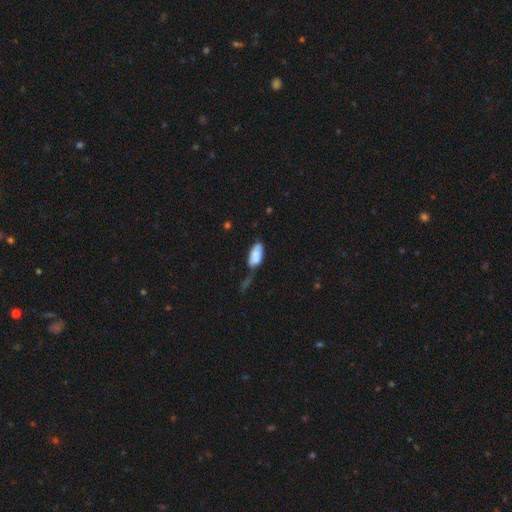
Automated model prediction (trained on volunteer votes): Smooth or featured?
  - smooth: 72% *
  - featured or disk: 21%
  - star or artifact: 7%
How rounded?
  - in between: 89% *
  - cigar-shaped: 9%
  - round: 2%
Merging?
  - minor disturbance: 32% *
  - none: 27%
  - major disturbance: 23%
  - merger: 17%